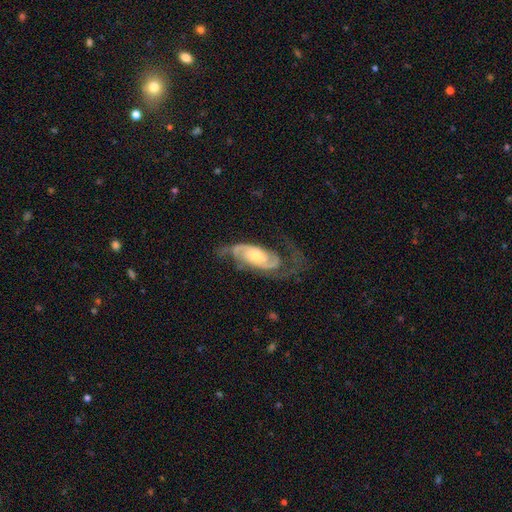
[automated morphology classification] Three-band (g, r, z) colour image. It shows a featured or disk galaxy (88%) with no bar (53%), 2 (85%) medium (46%) spiral arms (97%) and a moderate central bulge (50%). Merging: none (60%).